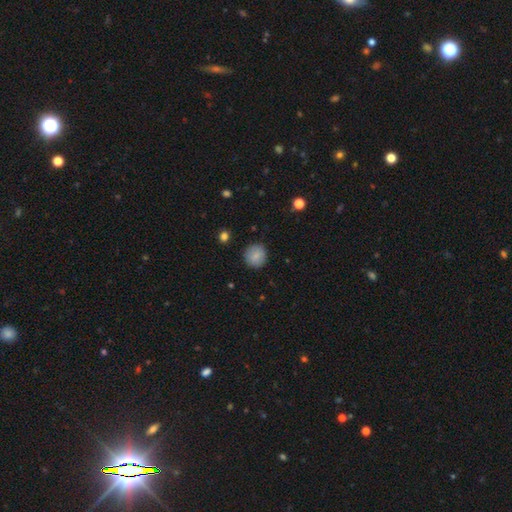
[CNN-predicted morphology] Smooth or featured: smooth — 85% (star or artifact — 8%)
How rounded: round — 92% (in between — 7%)
Merging: none — 89% (minor disturbance — 7%)